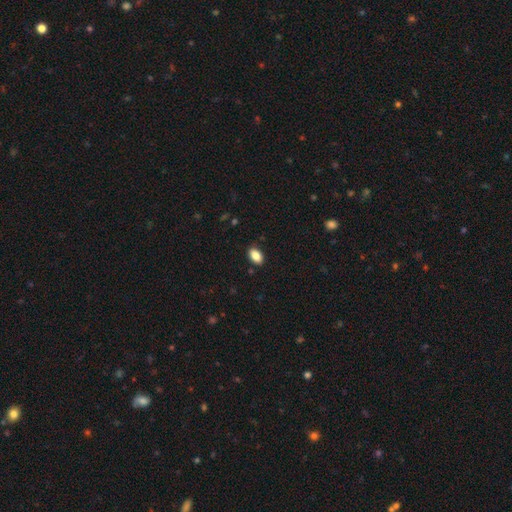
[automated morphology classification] Overall: smooth (87%). How rounded: in between (91%). Merging: none (88%).